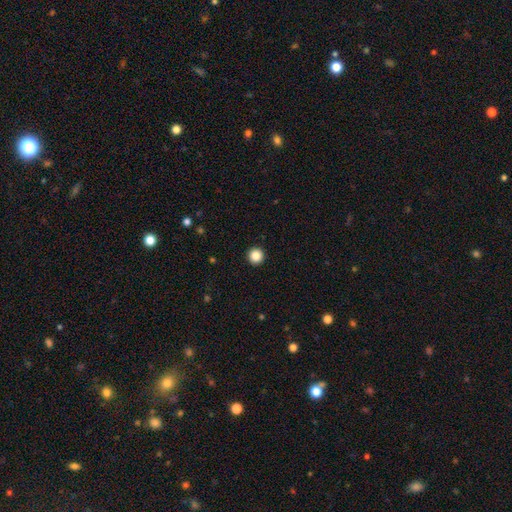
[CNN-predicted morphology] Smooth or featured? Predicted: smooth (p=0.86). How rounded? Predicted: round (p=0.97). Merging? Predicted: none (p=0.94).